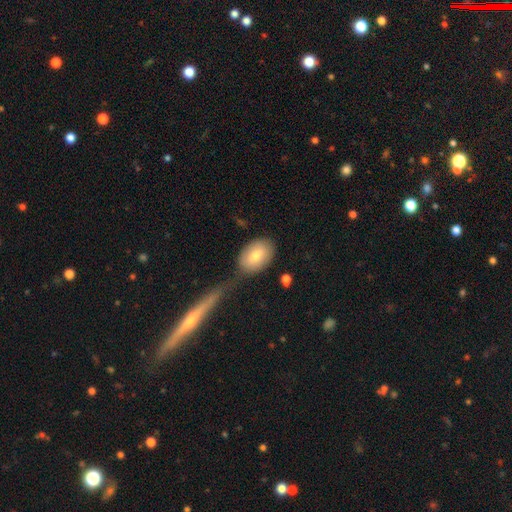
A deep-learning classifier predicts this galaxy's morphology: Q: Smooth or featured?
A: smooth (76%); runner-up: featured or disk (17%)
Q: How rounded?
A: in between (80%); runner-up: round (18%)
Q: Merging?
A: none (63%); runner-up: merger (15%)